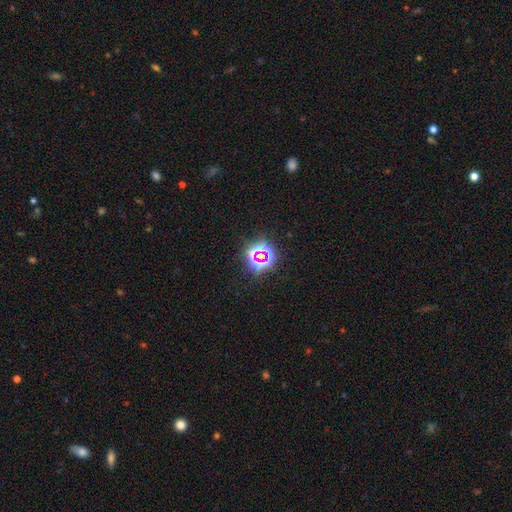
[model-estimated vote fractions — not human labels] Smooth or featured? star or artifact (70%)